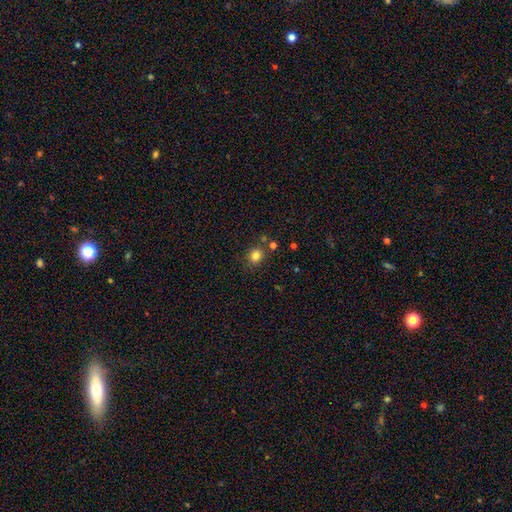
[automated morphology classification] A smooth galaxy with no disk features (82%) that is round (82%).

Vote fractions:
- Smooth or featured? smooth: 82% / star or artifact: 13% / featured or disk: 6%
- How rounded? round: 82% / in between: 17% / cigar-shaped: 1%
- Merging? none: 79% / minor disturbance: 10% / merger: 8% / major disturbance: 3%